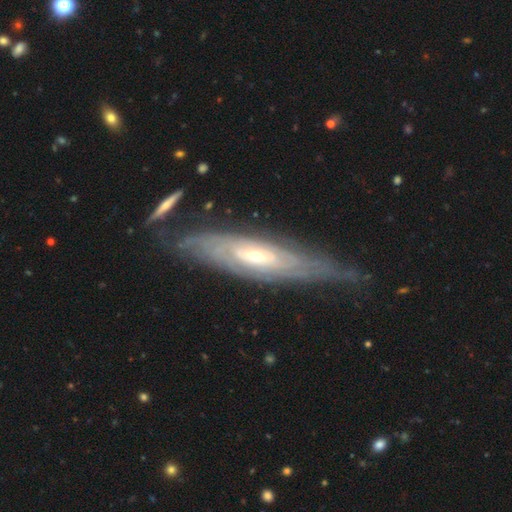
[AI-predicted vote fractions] The model was most divided on "bulge size": small: 58%, moderate: 38%, large: 2%, none: 1%, dominant: 1%. More confident: spiral arms — yes (84%); smooth or featured — featured or disk (83%); merging — none (72%); edge-on disk — no (64%); bar — no (57%).